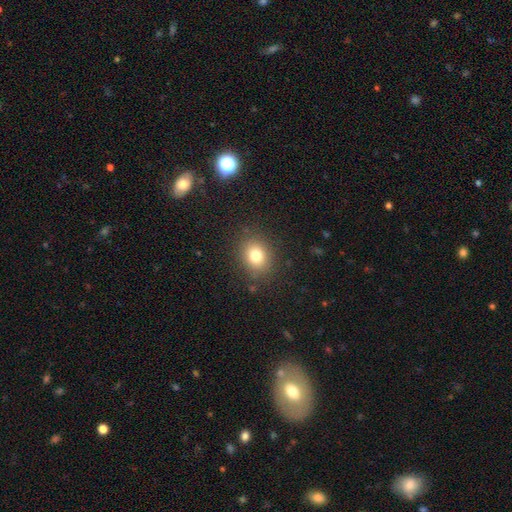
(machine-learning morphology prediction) A smooth galaxy with no disk features (78%) that is round (60%). Merging: none (86%).